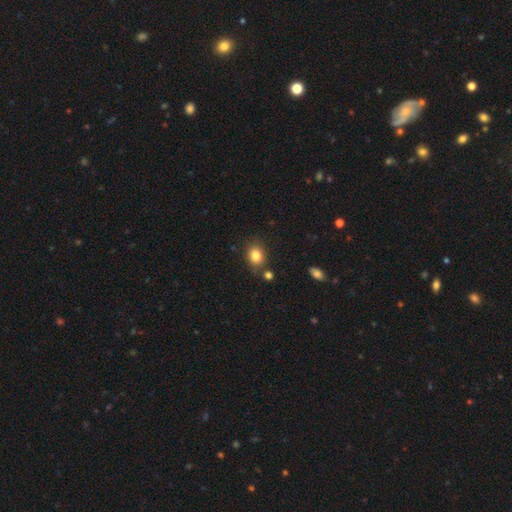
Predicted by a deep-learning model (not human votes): Q: Smooth or featured?
A: smooth (83%); runner-up: star or artifact (10%)
Q: How rounded?
A: round (51%); runner-up: in between (48%)
Q: Merging?
A: none (76%); runner-up: minor disturbance (13%)